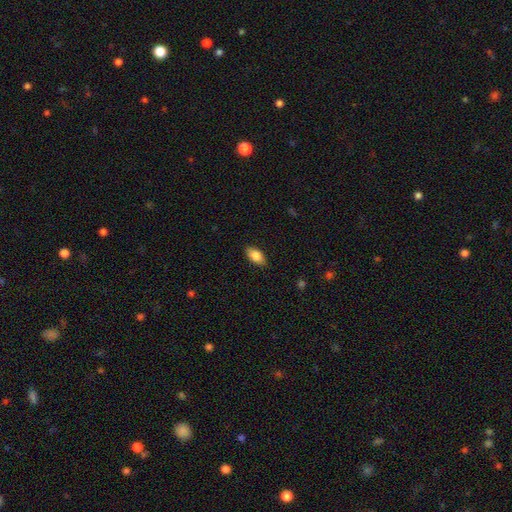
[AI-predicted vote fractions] Smooth or featured? Predicted: smooth (p=0.84). How rounded? Predicted: in between (p=0.92). Merging? Predicted: none (p=0.88).